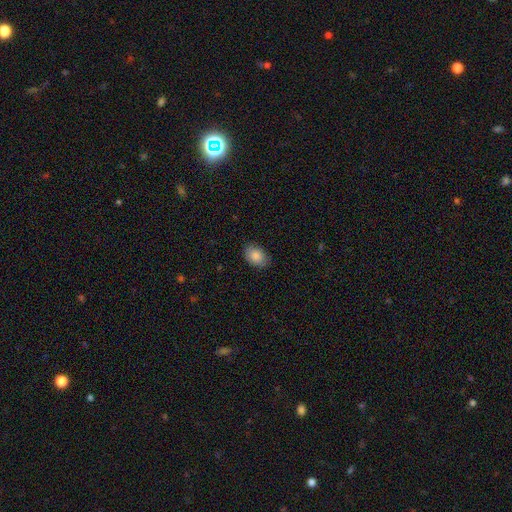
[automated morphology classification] Overall: smooth (87%). How rounded: in between (85%). Merging: none (85%).